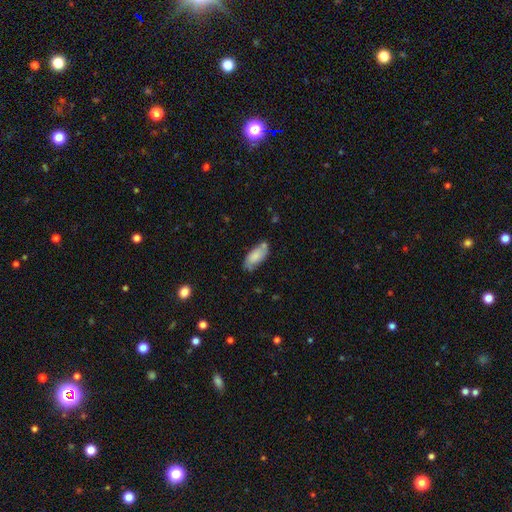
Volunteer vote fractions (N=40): smooth_or_featured: smooth (p=0.68) [alt: featured or disk p=0.28]
how_rounded: in between (p=0.93) [alt: round p=0.07]
merging: none (p=0.50) [alt: minor disturbance p=0.32]